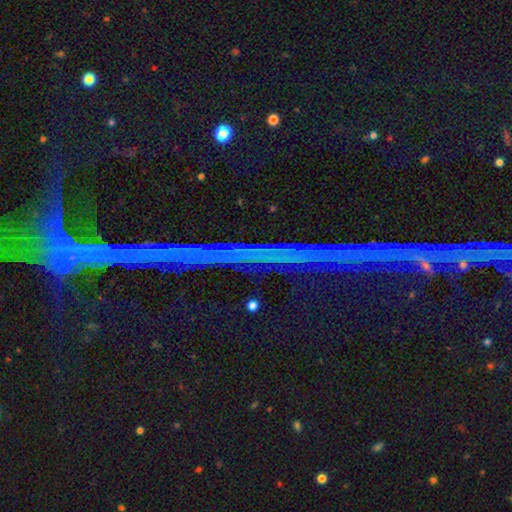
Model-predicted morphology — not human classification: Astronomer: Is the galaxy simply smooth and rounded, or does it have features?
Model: star or artifact — 84%.